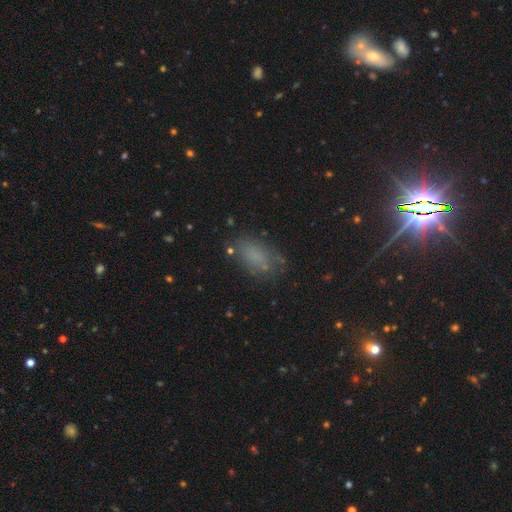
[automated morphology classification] Overall: smooth (76%). How rounded: in between (89%). Merging: none (67%).